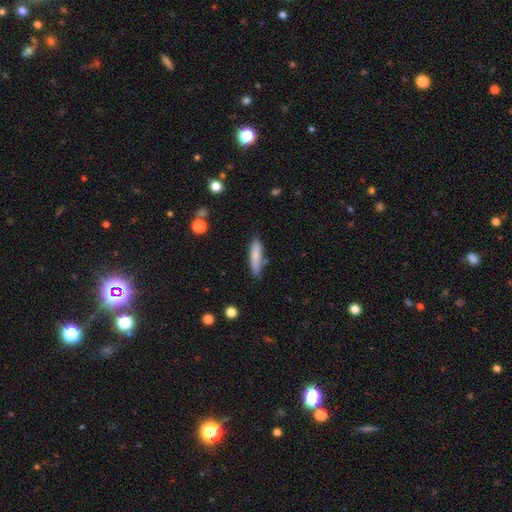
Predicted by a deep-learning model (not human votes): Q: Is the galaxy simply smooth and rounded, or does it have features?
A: smooth — 80%.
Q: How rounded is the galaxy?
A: cigar-shaped — 72%.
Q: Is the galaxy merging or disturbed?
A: none — 75%.